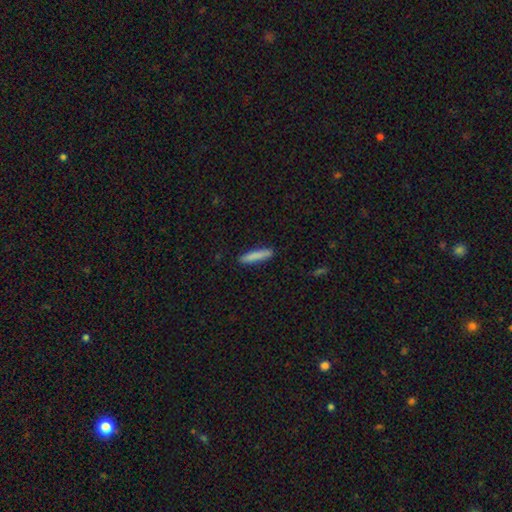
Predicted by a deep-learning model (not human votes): Morphology: type=smooth (85%); roundness=cigar-shaped (90%); merging=none (89%).